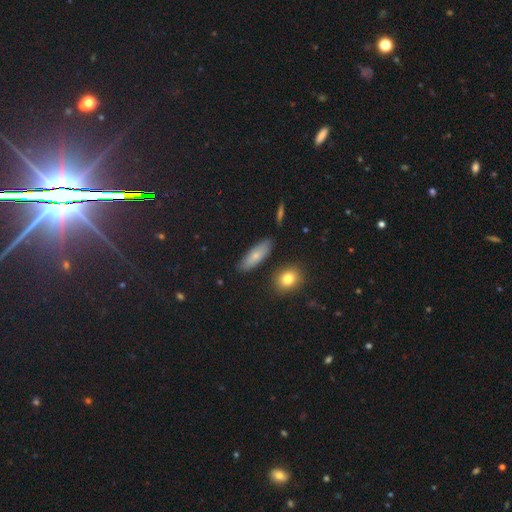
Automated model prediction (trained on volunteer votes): Overall: smooth (72%). How rounded: in between (58%; cigar-shaped 37%). Merging: none (84%).